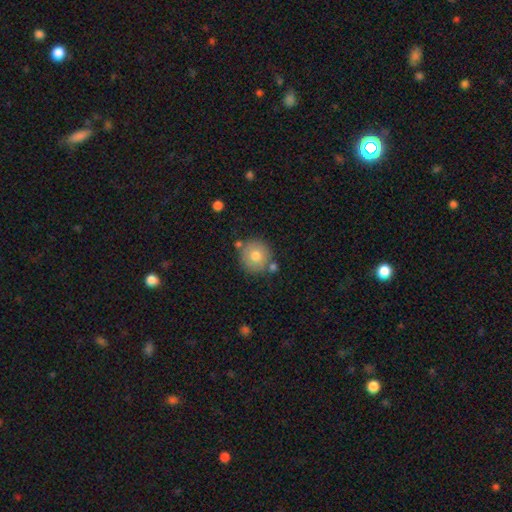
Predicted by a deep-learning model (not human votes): Q: Smooth or featured?
A: smooth (75%); runner-up: featured or disk (16%)
Q: How rounded?
A: round (92%); runner-up: in between (7%)
Q: Merging?
A: none (76%); runner-up: minor disturbance (11%)